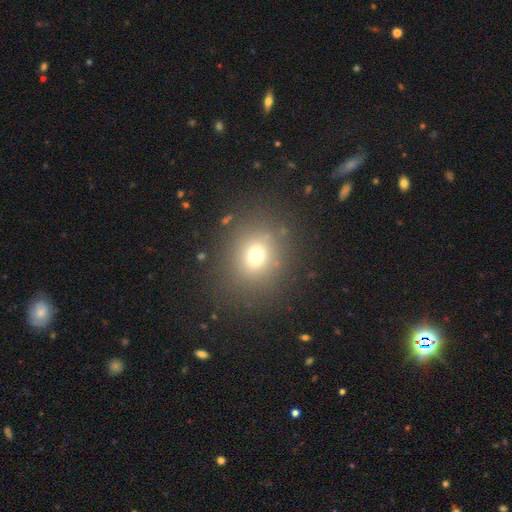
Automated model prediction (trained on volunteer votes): This is likely a smooth galaxy (69%). How rounded: likely round (76%). Merging: clearly none (84%).